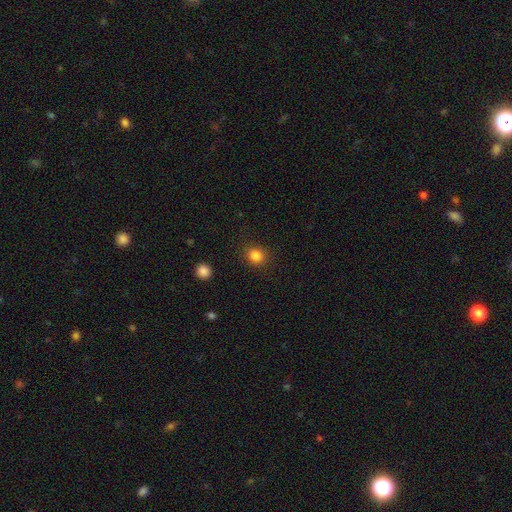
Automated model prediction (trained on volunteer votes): Smooth or featured? smooth (84%)
How rounded? round (78%)
Merging? none (86%)